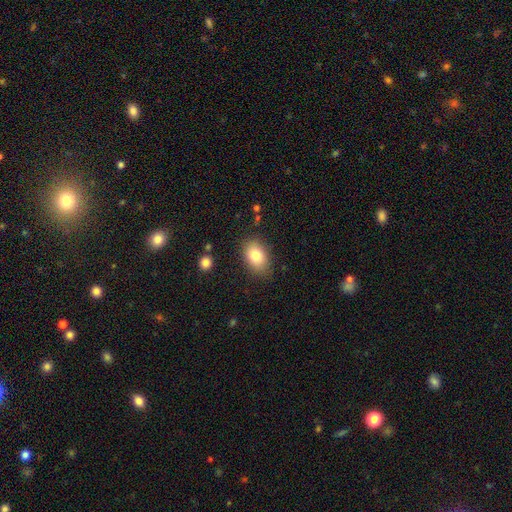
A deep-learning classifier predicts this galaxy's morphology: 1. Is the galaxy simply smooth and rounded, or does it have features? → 81% smooth, 11% featured or disk, 8% star or artifact.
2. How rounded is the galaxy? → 85% in between, 14% round, 1% cigar-shaped.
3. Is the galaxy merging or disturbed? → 82% none, 13% minor disturbance, 3% major disturbance, 2% merger.